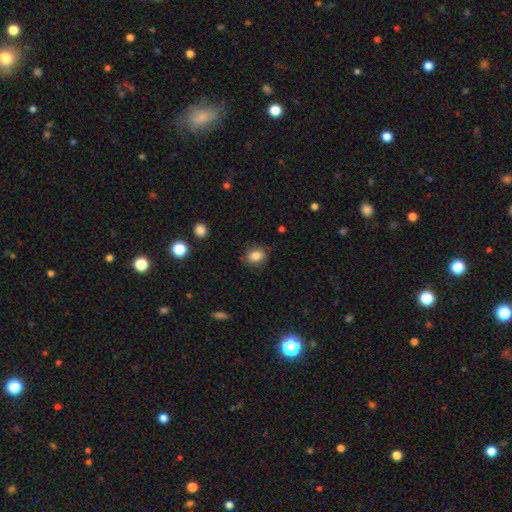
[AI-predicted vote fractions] This appears to be a smooth galaxy with no disk features (84%) that is round (59%). Merging: none (82%).